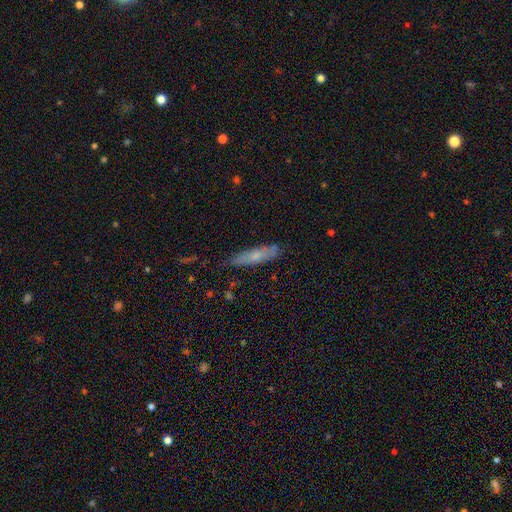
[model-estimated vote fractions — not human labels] This appears to be a smooth galaxy with no disk features (62%) that is cigar-shaped (76%). Merging: none (77%).